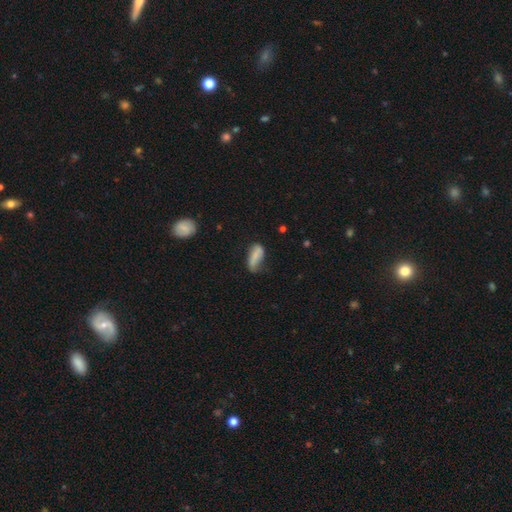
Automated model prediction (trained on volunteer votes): smooth_or_featured: smooth (p=0.71) [alt: featured or disk p=0.21]
how_rounded: in between (p=0.74) [alt: cigar-shaped p=0.23]
merging: minor disturbance (p=0.39) [alt: none p=0.38]